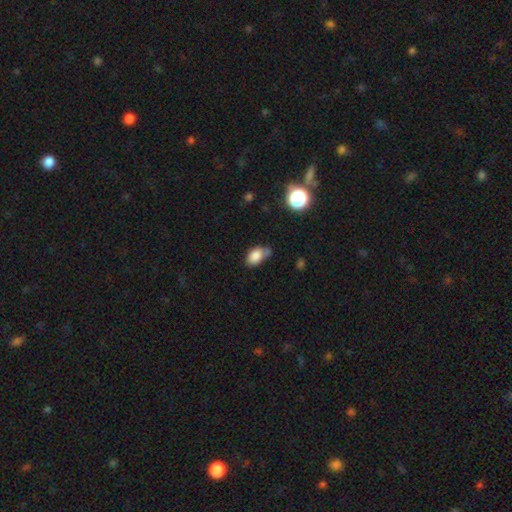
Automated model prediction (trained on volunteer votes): This is clearly a smooth galaxy (83%). How rounded: clearly in between (84%). Merging: possibly none (47%).